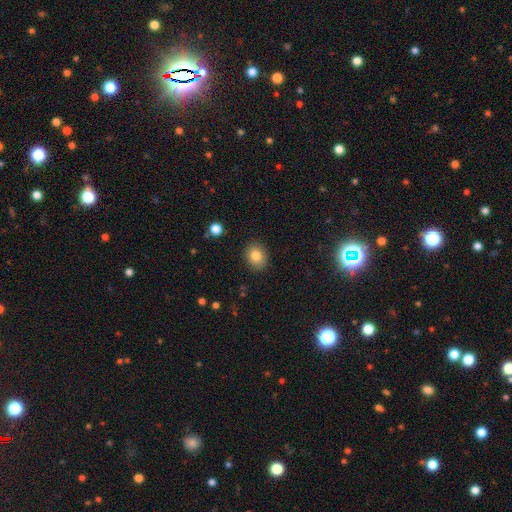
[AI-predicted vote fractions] Morphology: type=smooth (82%); roundness=round (58%); merging=none (88%).